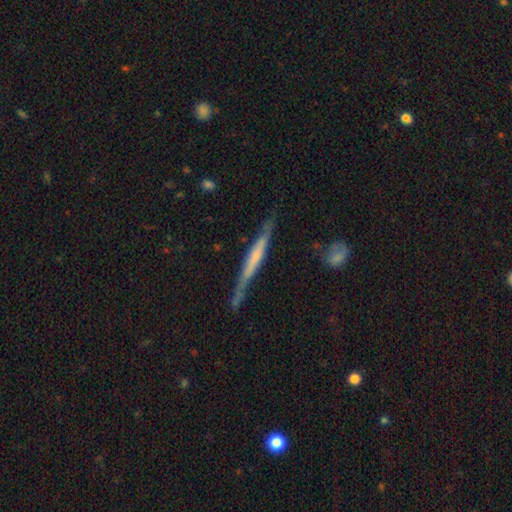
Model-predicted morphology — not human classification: The model was most divided on "edge-on bulge": none: 49%, boxy: 29%, rounded: 22%. More confident: edge-on disk — yes (93%); merging — none (67%); smooth or featured — featured or disk (61%).